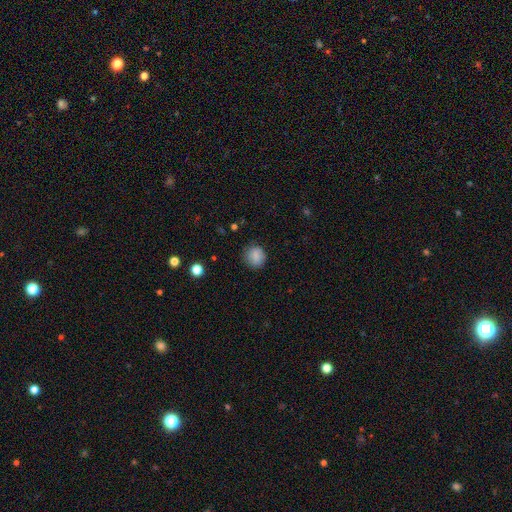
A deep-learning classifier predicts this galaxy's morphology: Q: Smooth or featured?
A: smooth (84%); runner-up: star or artifact (9%)
Q: How rounded?
A: round (84%); runner-up: in between (15%)
Q: Merging?
A: none (83%); runner-up: minor disturbance (12%)